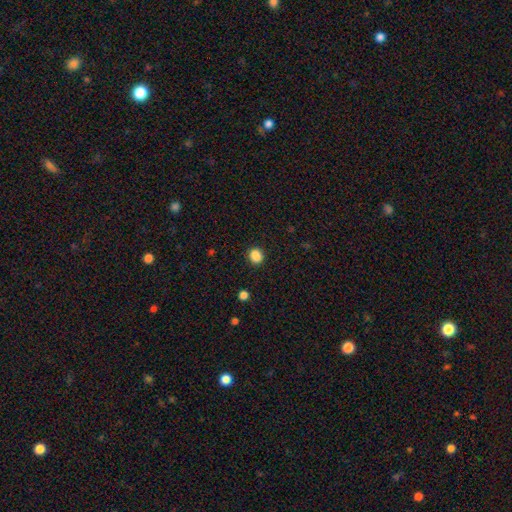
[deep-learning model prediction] A smooth galaxy with no disk features (86%) that is round (73%).

Vote fractions:
- Smooth or featured? smooth: 86% / star or artifact: 11% / featured or disk: 3%
- How rounded? round: 73% / in between: 27% / cigar-shaped: 1%
- Merging? none: 86% / minor disturbance: 9% / major disturbance: 3% / merger: 2%